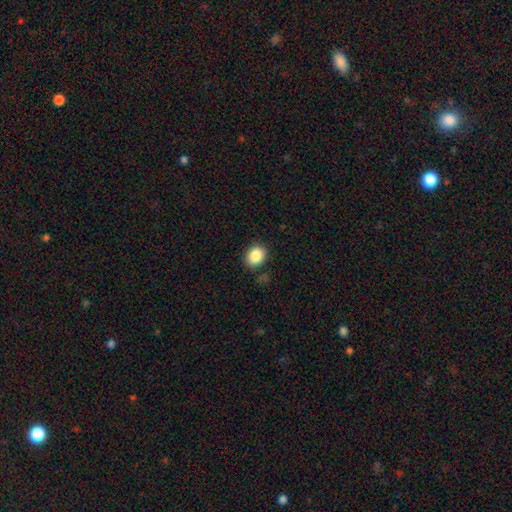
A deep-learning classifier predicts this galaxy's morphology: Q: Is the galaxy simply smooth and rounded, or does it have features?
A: smooth — 87%.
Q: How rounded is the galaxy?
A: in between — 54%.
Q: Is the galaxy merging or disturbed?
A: none — 84%.